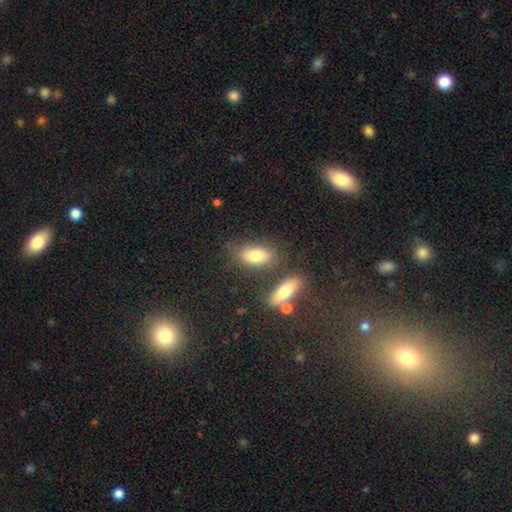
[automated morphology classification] A smooth galaxy with no disk features (76%) that is in between round and cigar-shaped (86%).

Vote fractions:
- Smooth or featured? smooth: 76% / featured or disk: 15% / star or artifact: 8%
- How rounded? in between: 86% / round: 8% / cigar-shaped: 6%
- Merging? none: 68% / minor disturbance: 13% / merger: 13% / major disturbance: 5%